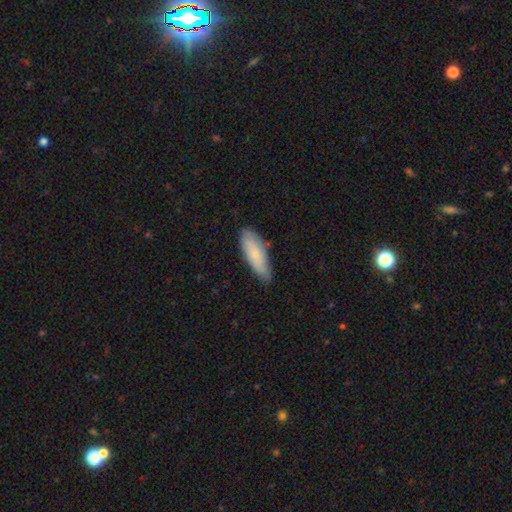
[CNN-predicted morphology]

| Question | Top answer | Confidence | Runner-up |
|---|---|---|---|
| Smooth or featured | smooth | 76% | featured or disk (18%) |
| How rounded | in between | 62% | cigar-shaped (36%) |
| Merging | none | 74% | minor disturbance (21%) |